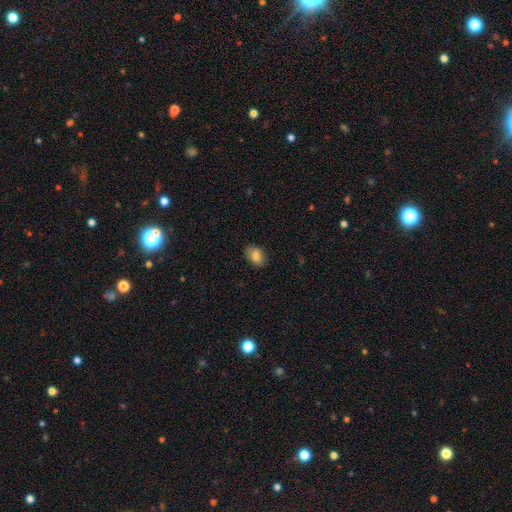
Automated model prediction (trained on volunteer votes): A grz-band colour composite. It shows a smooth galaxy with no disk features (82%) that is in between round and cigar-shaped (83%). Merging: none (87%).